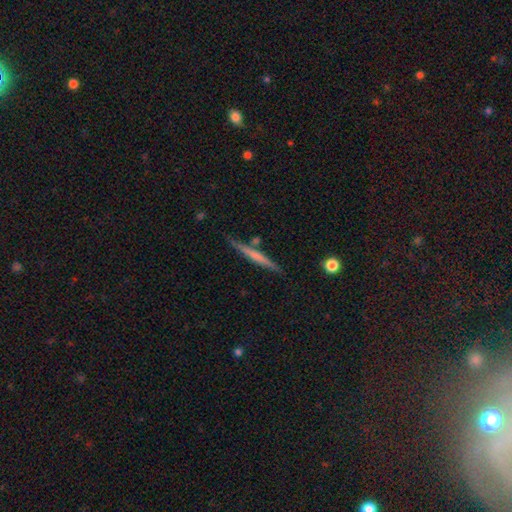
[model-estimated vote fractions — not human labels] This appears to be a featured or disk galaxy (50%). Merging: none (83%).